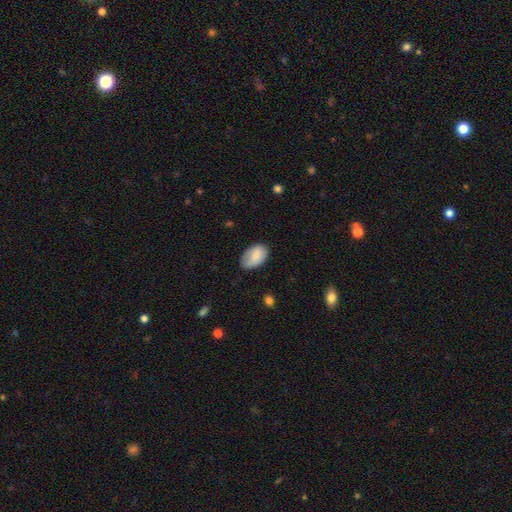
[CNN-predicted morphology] smooth 83%, featured or disk 10%, star or artifact 7%. Down the decision tree: how rounded — in between (91%); merging — none (69%).